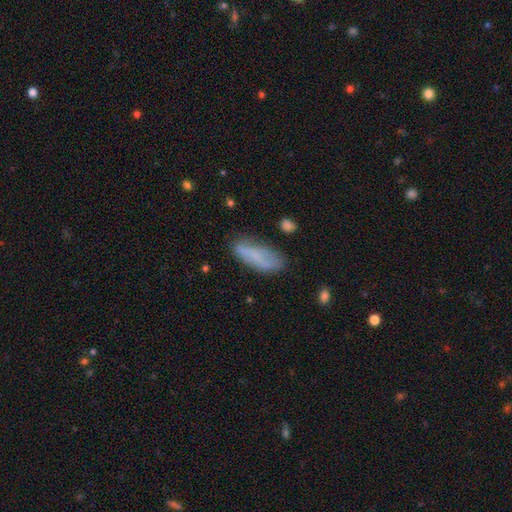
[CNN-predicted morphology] Smooth or featured?
  - smooth: 68% *
  - featured or disk: 23%
  - star or artifact: 9%
How rounded?
  - in between: 61% *
  - cigar-shaped: 37%
  - round: 2%
Merging?
  - none: 62% *
  - minor disturbance: 26%
  - major disturbance: 8%
  - merger: 4%